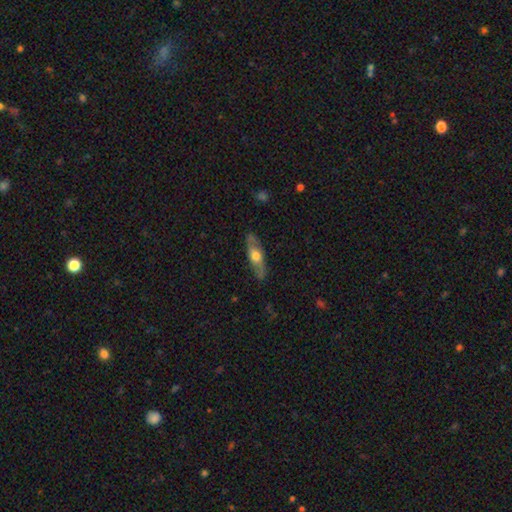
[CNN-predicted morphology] A featured or disk galaxy (54%) viewed edge-on (52%).

Vote fractions:
- Smooth or featured? featured or disk: 54% / smooth: 41% / star or artifact: 5%
- Edge-on disk? yes: 52% / no: 48%
- Merging? none: 83% / minor disturbance: 13% / major disturbance: 3% / merger: 1%